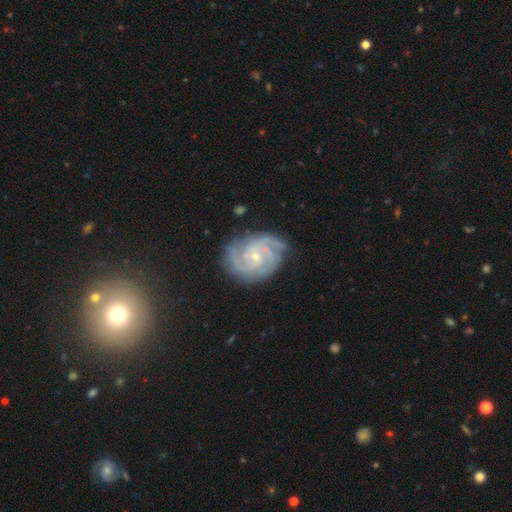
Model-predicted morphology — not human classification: type=featured or disk (89%); edge-on=no (98%); bar=no (63%); spiral arms=yes (98%); winding=tight (66%); arm count=3 (37%); bulge=small (73%); merging=none (76%).